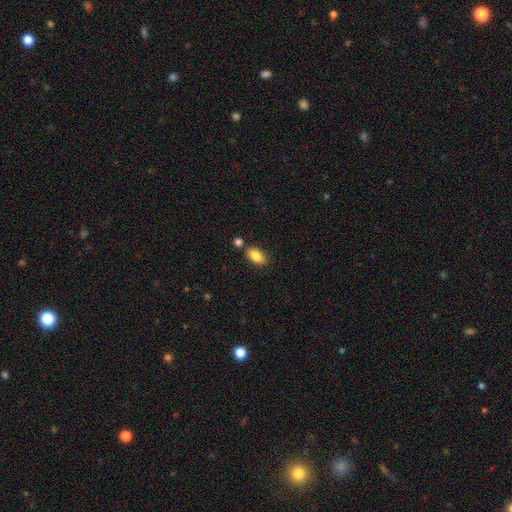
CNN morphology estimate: This is clearly a smooth galaxy (86%). How rounded: clearly in between (91%). Merging: likely none (75%).